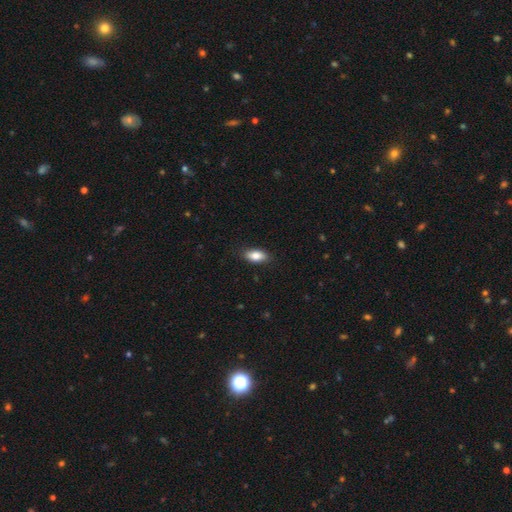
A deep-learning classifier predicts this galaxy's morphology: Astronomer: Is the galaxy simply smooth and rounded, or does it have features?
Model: smooth — 84%.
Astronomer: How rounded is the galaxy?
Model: in between — 88%.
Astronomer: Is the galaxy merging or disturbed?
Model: none — 86%.